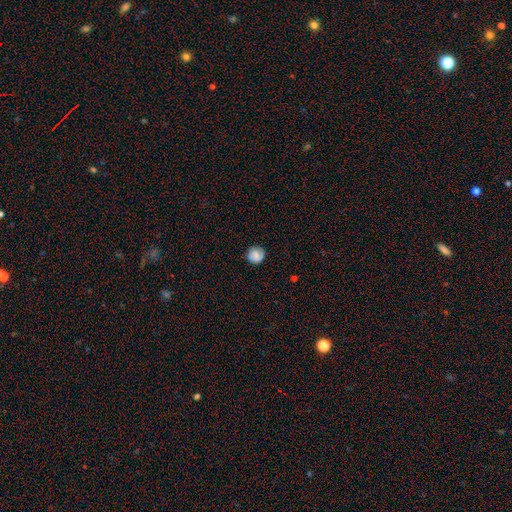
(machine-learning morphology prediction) type=smooth (69%); roundness=round (90%); merging=none (82%).